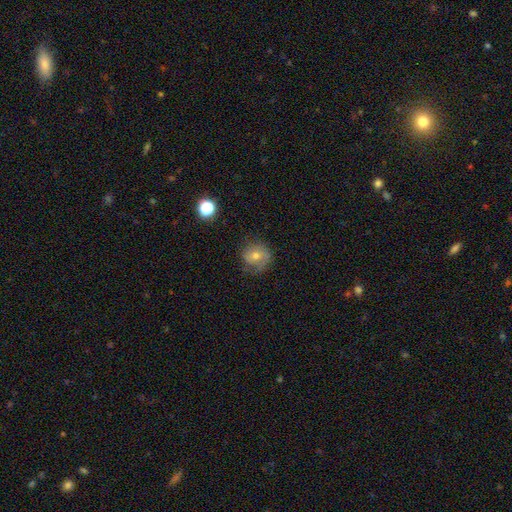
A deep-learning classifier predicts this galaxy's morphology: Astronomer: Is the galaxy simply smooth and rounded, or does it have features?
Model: smooth — 45% (runner-up: featured or disk, 43%).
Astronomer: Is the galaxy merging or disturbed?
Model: none — 63%.